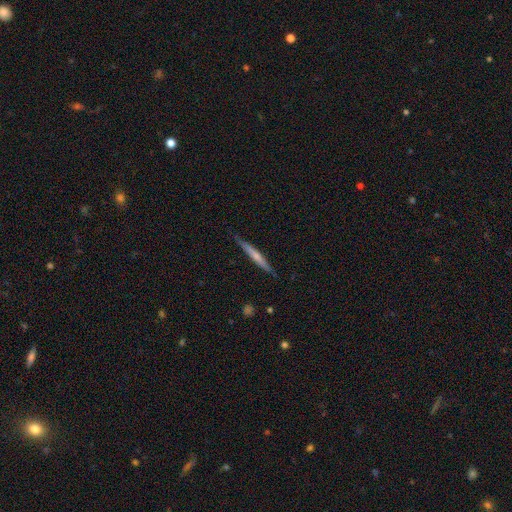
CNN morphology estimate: Smooth or featured? featured or disk (49%)
Merging? none (86%)